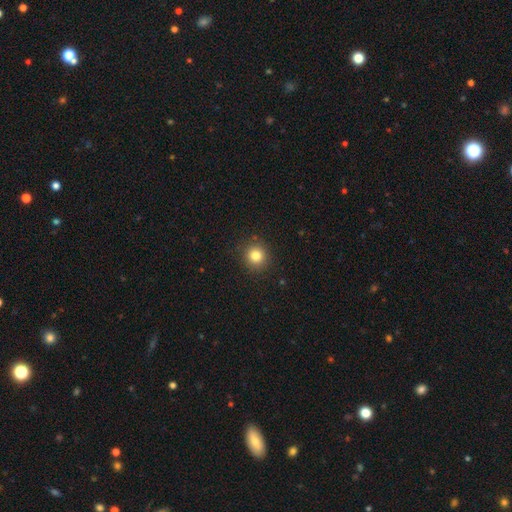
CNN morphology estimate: type=smooth (82%); roundness=round (91%); merging=none (90%).